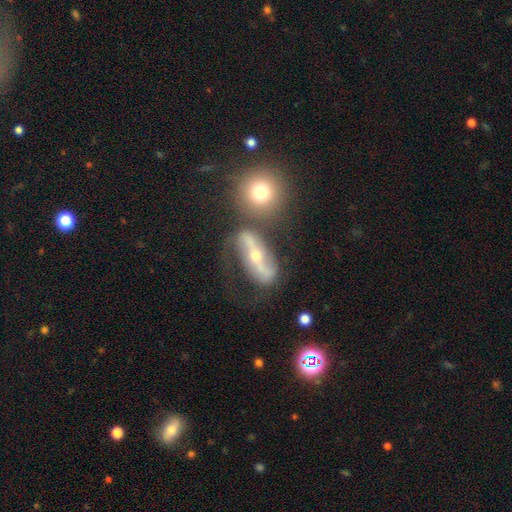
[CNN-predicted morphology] Smooth or featured? Predicted: featured or disk (p=0.78). Edge-on disk? Predicted: no (p=0.88). Bar? Predicted: strong (p=0.57). Spiral arms? Predicted: yes (p=0.85). Spiral winding? Predicted: loose (p=0.60). Spiral arm count? Predicted: 2 (p=0.89). Bulge size? Predicted: small (p=0.51). Merging? Predicted: none (p=0.56).